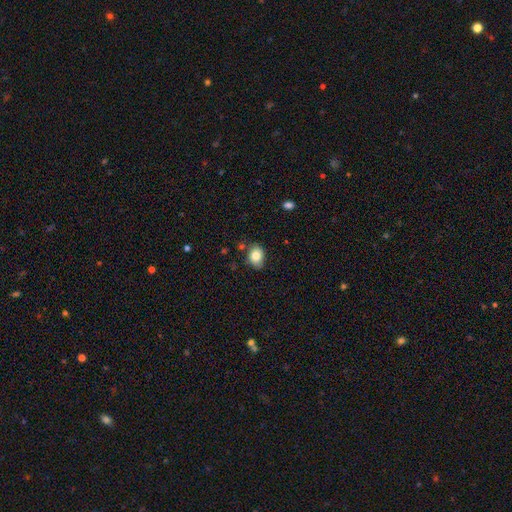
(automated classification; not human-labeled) smooth 83%, featured or disk 9%, star or artifact 8%. Down the decision tree: how rounded — in between (69%); merging — none (76%).